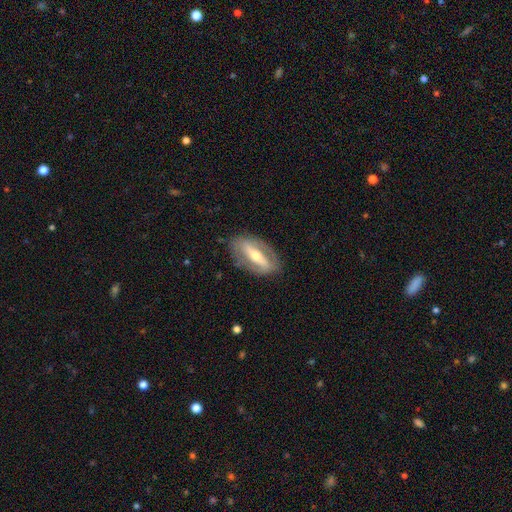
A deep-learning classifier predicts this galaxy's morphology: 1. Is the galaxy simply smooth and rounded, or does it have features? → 72% featured or disk, 22% smooth, 6% star or artifact.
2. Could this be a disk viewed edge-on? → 77% no, 23% yes.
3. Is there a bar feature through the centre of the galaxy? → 69% strong, 18% weak, 13% no.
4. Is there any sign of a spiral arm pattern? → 54% no, 46% yes.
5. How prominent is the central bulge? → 60% moderate, 33% small, 5% large, 1% dominant, 1% none.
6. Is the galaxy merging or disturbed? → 81% none, 13% minor disturbance, 5% major disturbance, 1% merger.